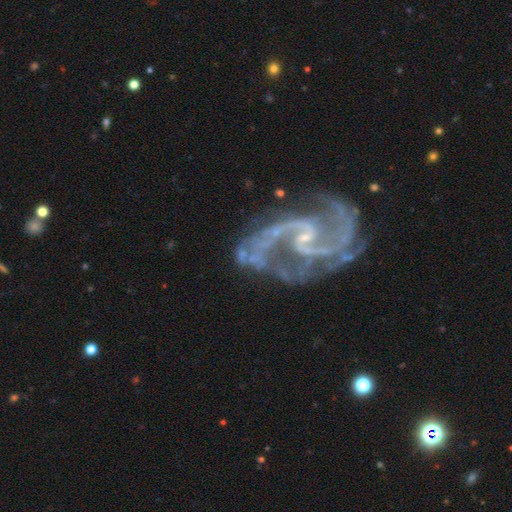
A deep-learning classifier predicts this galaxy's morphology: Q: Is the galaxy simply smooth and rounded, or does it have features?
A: featured or disk — 88%.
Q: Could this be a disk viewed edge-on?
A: no — 98%.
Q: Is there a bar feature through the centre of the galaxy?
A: weak — 44%.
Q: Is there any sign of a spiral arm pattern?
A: yes — 93%.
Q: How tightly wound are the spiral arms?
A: loose — 54%.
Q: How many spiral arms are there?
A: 2 — 81%.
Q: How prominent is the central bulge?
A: small — 67%.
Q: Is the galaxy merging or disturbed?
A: none — 34%.